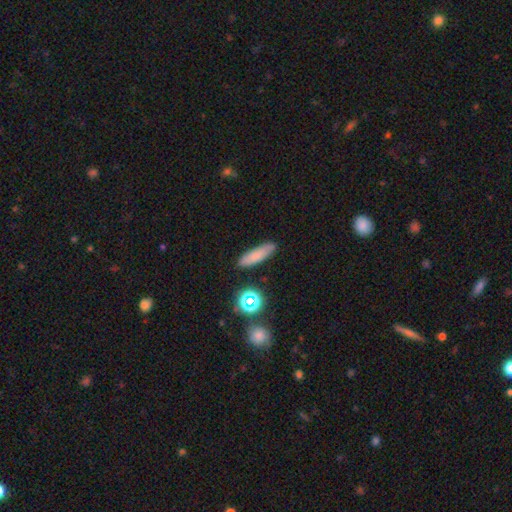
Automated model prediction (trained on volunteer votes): Smooth or featured? smooth (77%)
How rounded? cigar-shaped (66%)
Merging? none (85%)